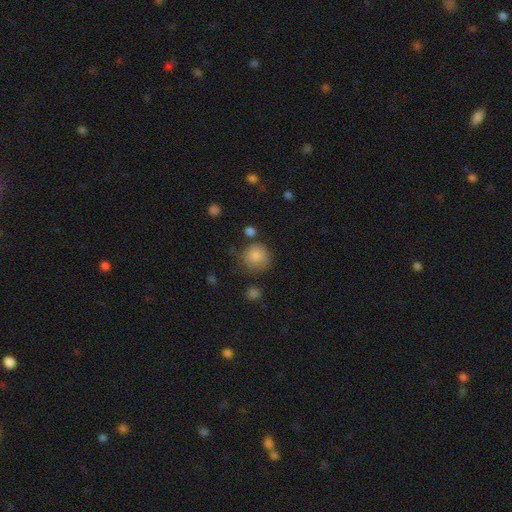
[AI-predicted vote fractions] Smooth or featured? smooth (83%)
How rounded? round (88%)
Merging? none (63%)